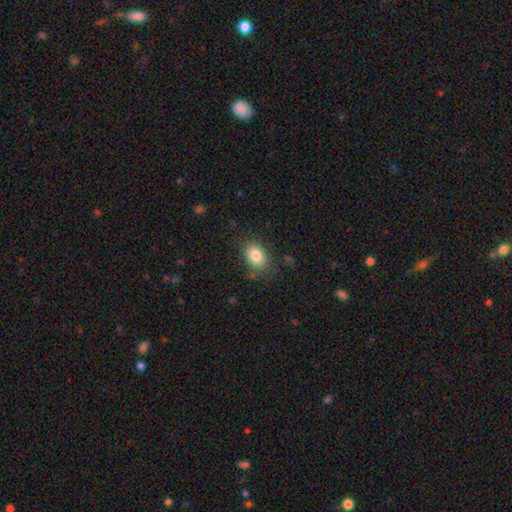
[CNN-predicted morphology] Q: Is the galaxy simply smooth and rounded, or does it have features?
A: smooth — 84%.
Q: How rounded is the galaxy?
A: in between — 75%.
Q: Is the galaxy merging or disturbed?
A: none — 79%.